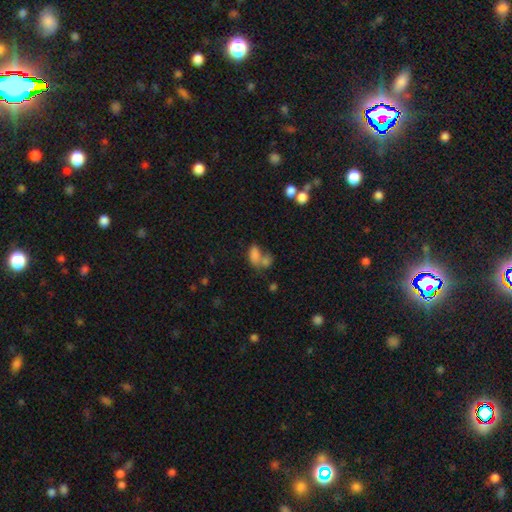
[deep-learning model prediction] Smooth or featured?
  - smooth: 76% *
  - star or artifact: 12%
  - featured or disk: 12%
How rounded?
  - in between: 86% *
  - round: 10%
  - cigar-shaped: 4%
Merging?
  - merger: 55% *
  - none: 26%
  - minor disturbance: 11%
  - major disturbance: 8%